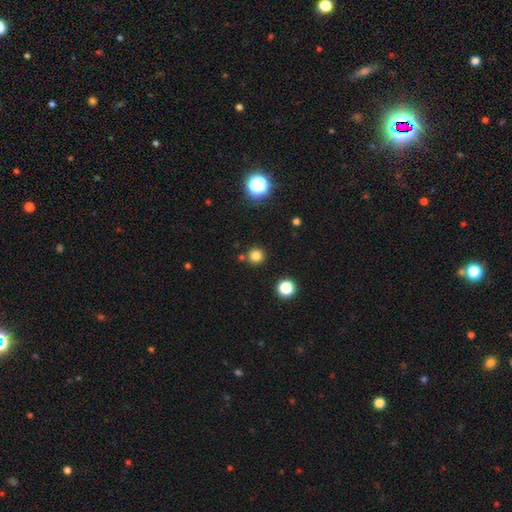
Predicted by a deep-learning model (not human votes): A smooth galaxy with no disk features (79%) that is round (95%). Merging: none (86%).